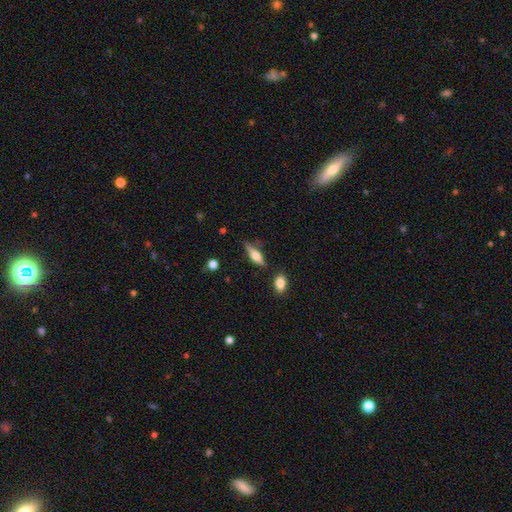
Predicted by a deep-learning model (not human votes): A smooth galaxy with no disk features (47%).

Vote fractions:
- Smooth or featured? smooth: 47% / featured or disk: 45% / star or artifact: 8%
- Merging? none: 73% / minor disturbance: 17% / merger: 5% / major disturbance: 5%